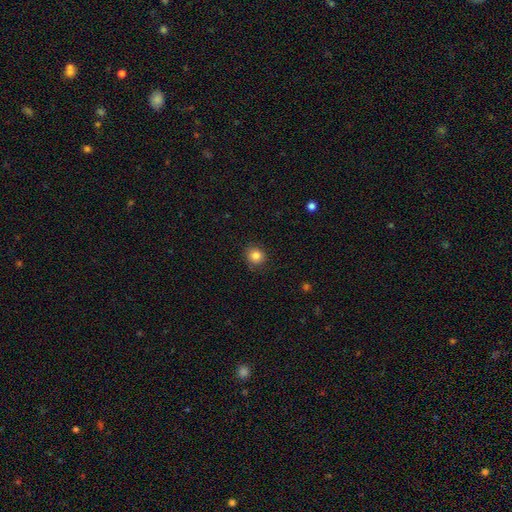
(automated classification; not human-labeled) Overall: smooth (84%). How rounded: round (86%). Merging: none (86%).